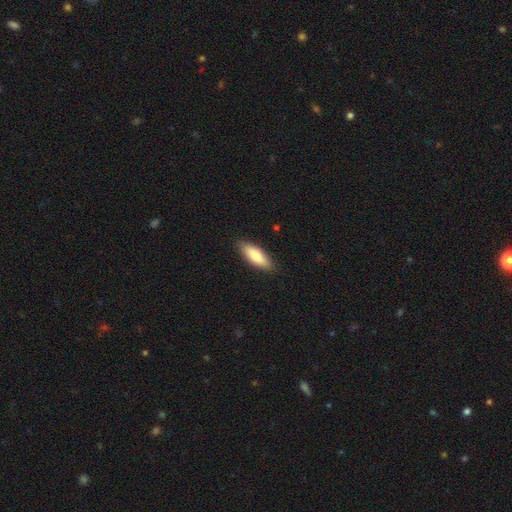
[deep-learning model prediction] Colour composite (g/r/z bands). It shows a smooth galaxy with no disk features (82%) that is in between round and cigar-shaped (64%). Merging: none (87%).